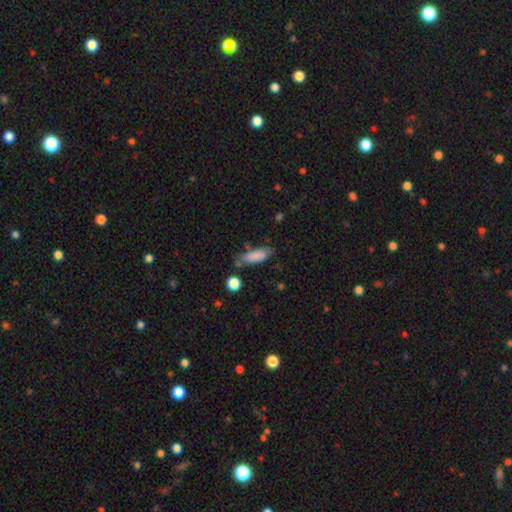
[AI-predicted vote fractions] Morphology: type=smooth (81%); roundness=in between (60%); merging=none (58%).